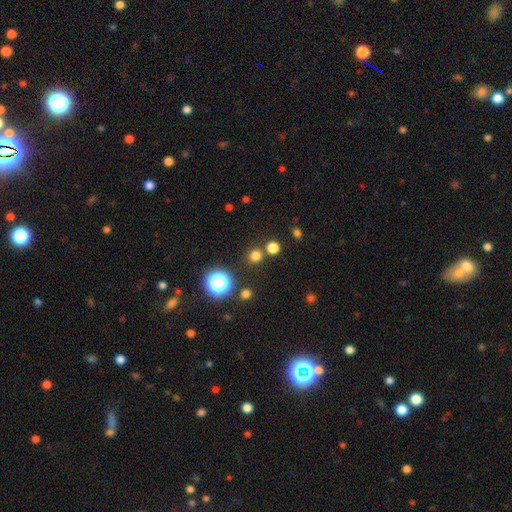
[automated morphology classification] This appears to be a smooth galaxy with no disk features (73%) that is round (91%). Merging: none (83%).